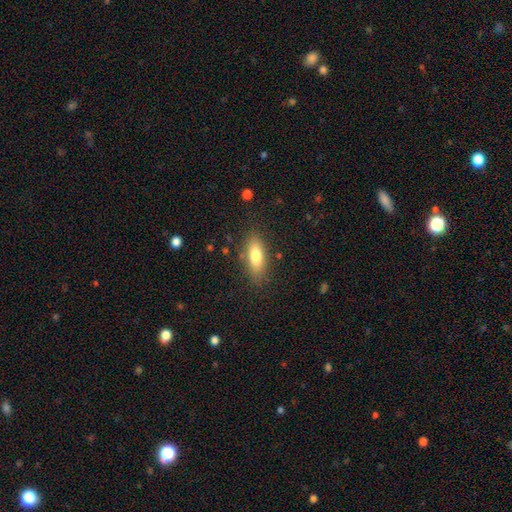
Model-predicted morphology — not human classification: smooth-or-featured: smooth: 77% | featured or disk: 16% | star or artifact: 7%
  how-rounded: in between: 73% | cigar-shaped: 24% | round: 3%
  merging: none: 82% | minor disturbance: 13% | major disturbance: 4% | merger: 2%